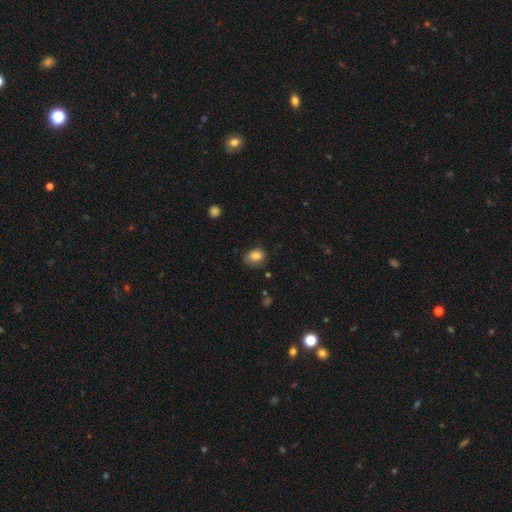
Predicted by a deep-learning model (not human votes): A smooth galaxy with no disk features (83%) that is in between round and cigar-shaped (66%).

Vote fractions:
- Smooth or featured? smooth: 83% / star or artifact: 9% / featured or disk: 8%
- How rounded? in between: 66% / round: 33% / cigar-shaped: 1%
- Merging? none: 71% / minor disturbance: 23% / major disturbance: 5% / merger: 2%